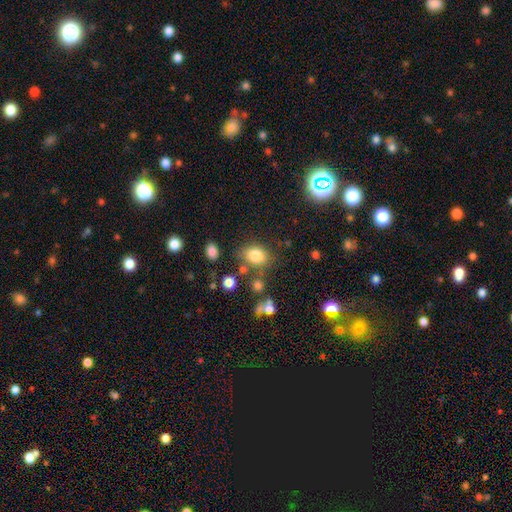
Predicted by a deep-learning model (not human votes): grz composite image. It shows a smooth galaxy with no disk features (80%) that is in between round and cigar-shaped (66%). Merging: none (68%).